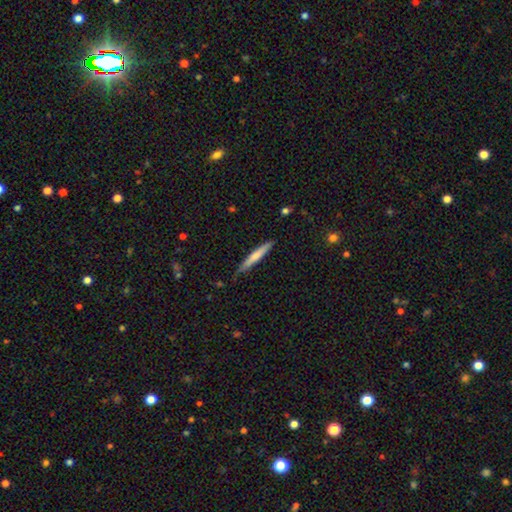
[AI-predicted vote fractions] smooth-or-featured: smooth: 65% | featured or disk: 30% | star or artifact: 5%
  how-rounded: cigar-shaped: 95% | in between: 4% | round: 1%
  merging: none: 81% | minor disturbance: 16% | major disturbance: 2% | merger: 1%